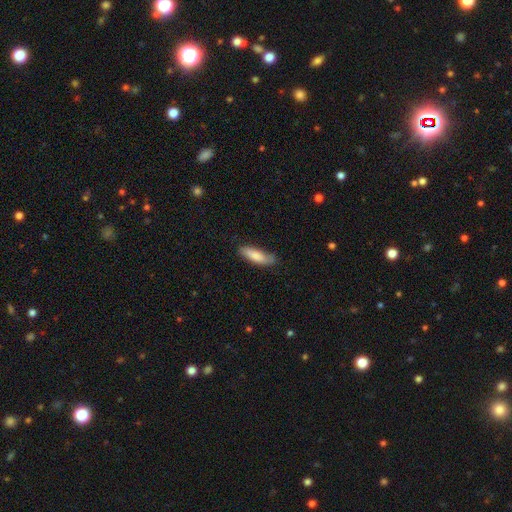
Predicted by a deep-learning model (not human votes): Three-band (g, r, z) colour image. It shows a smooth galaxy with no disk features (81%) that is cigar-shaped (58%). Merging: none (72%).